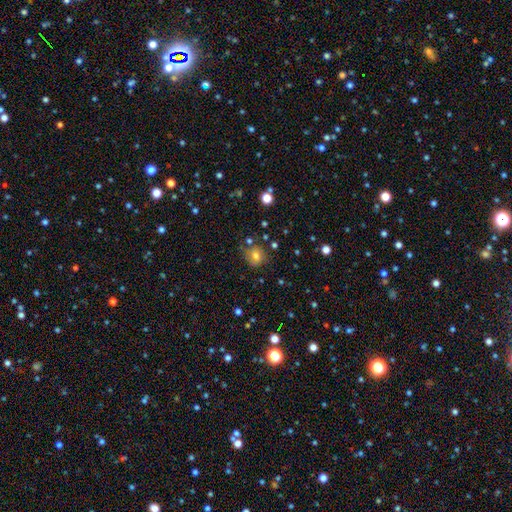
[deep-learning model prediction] smooth 73%, star or artifact 15%, featured or disk 12%. Down the decision tree: how rounded — round (80%); merging — none (69%).